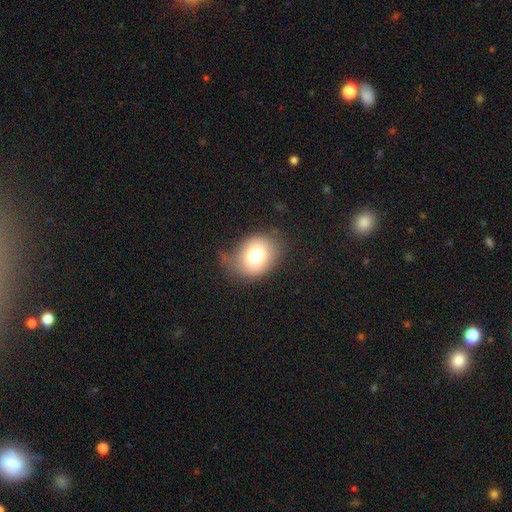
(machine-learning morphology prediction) smooth 76%, featured or disk 15%, star or artifact 9%. Down the decision tree: how rounded — in between (50%); merging — none (53%).